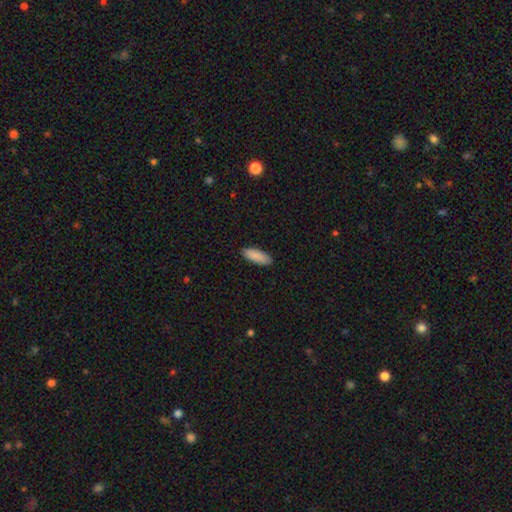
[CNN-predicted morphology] Smooth or featured? smooth (90%)
How rounded? in between (62%)
Merging? none (89%)